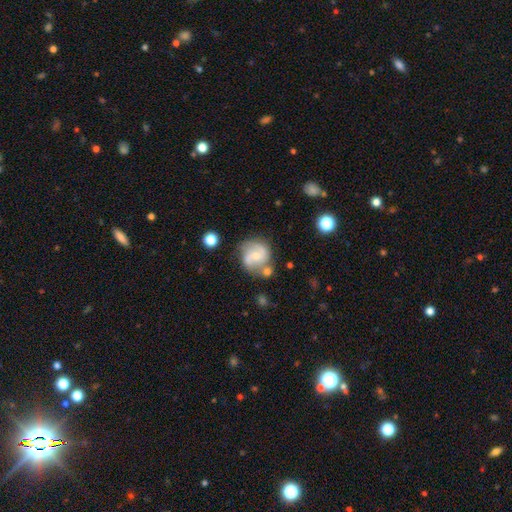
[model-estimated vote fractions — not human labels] Overall: featured or disk (64%; smooth 28%). Edge-on disk: no (98%). Bar: no (52%; weak 38%). Spiral arms: yes (87%). Spiral arm count: 2 (80%). Spiral winding: medium (49%; loose 25%). Bulge size: small (50%; moderate 43%). Merging: none (54%; merger 19%).